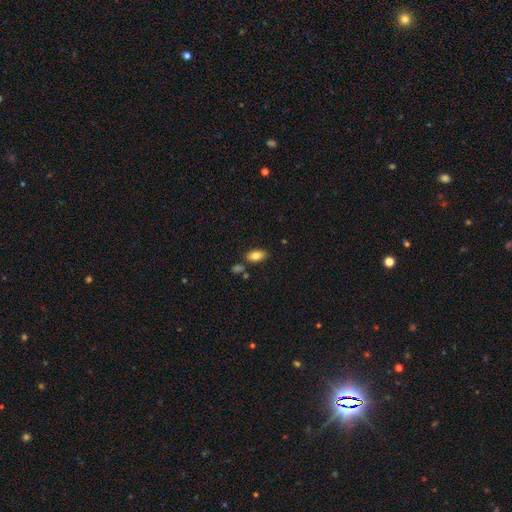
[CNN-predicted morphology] Smooth or featured? Predicted: smooth (p=0.82). How rounded? Predicted: in between (p=0.91). Merging? Predicted: none (p=0.78).